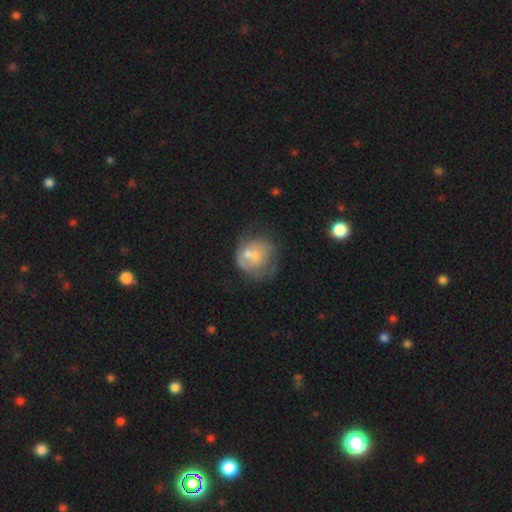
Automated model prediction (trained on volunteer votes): The model was most divided on "smooth or featured": featured or disk: 50%, smooth: 40%, star or artifact: 10%. Remaining: edge-on disk — no (98%); merging — none (41%).